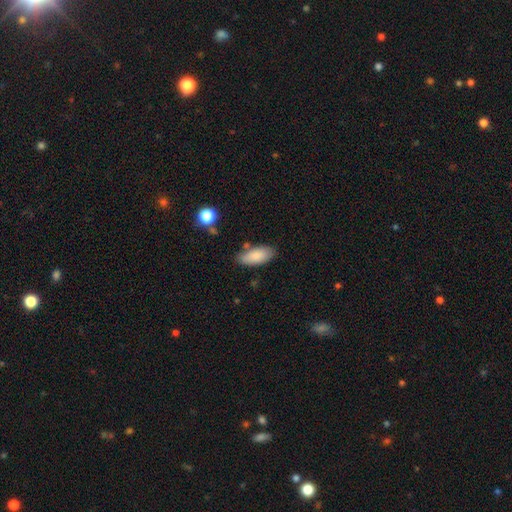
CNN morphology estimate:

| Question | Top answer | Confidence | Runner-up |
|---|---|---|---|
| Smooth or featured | smooth | 85% | featured or disk (8%) |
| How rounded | in between | 86% | cigar-shaped (12%) |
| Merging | none | 75% | minor disturbance (17%) |